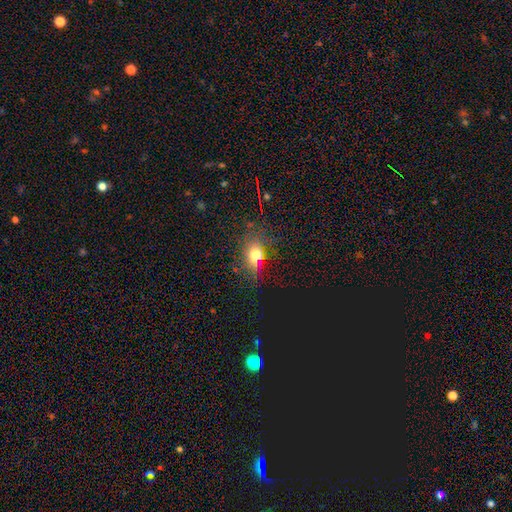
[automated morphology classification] Smooth or featured?
  - smooth: 65% *
  - star or artifact: 24%
  - featured or disk: 11%
How rounded?
  - in between: 57% *
  - round: 38%
  - cigar-shaped: 5%
Merging?
  - none: 77% *
  - minor disturbance: 14%
  - major disturbance: 6%
  - merger: 3%